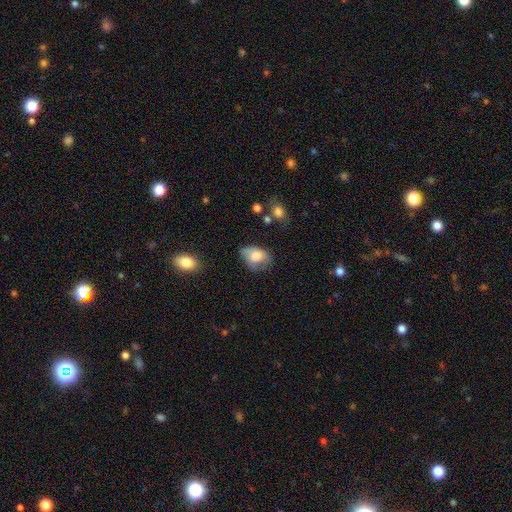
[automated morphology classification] A smooth galaxy with no disk features (69%) that is in between round and cigar-shaped (72%).

Vote fractions:
- Smooth or featured? smooth: 69% / featured or disk: 22% / star or artifact: 8%
- How rounded? in between: 72% / round: 27% / cigar-shaped: 1%
- Merging? none: 44% / minor disturbance: 35% / major disturbance: 18% / merger: 3%